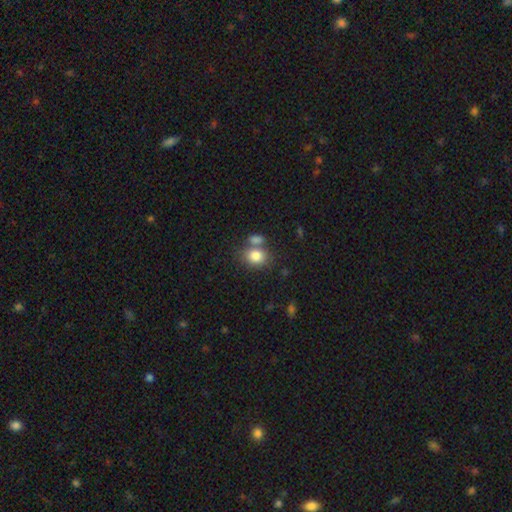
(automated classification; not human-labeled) smooth-or-featured: smooth: 83% | star or artifact: 9% | featured or disk: 8%
  how-rounded: round: 53% | in between: 46% | cigar-shaped: 1%
  merging: none: 54% | merger: 31% | minor disturbance: 11% | major disturbance: 4%